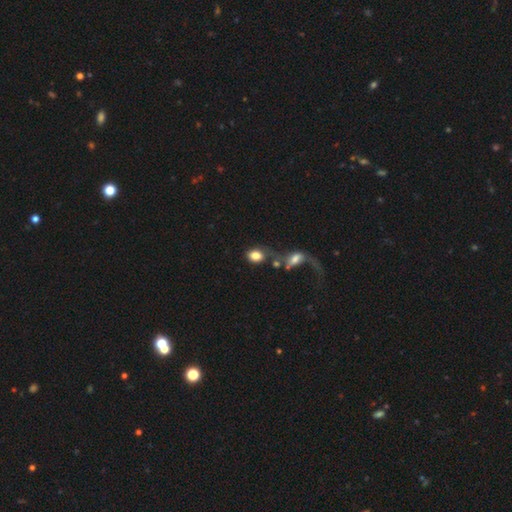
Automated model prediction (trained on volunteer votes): Smooth or featured?
  - smooth: 79% *
  - featured or disk: 13%
  - star or artifact: 8%
How rounded?
  - in between: 69% *
  - round: 29%
  - cigar-shaped: 2%
Merging?
  - merger: 40% *
  - none: 32%
  - major disturbance: 16%
  - minor disturbance: 12%